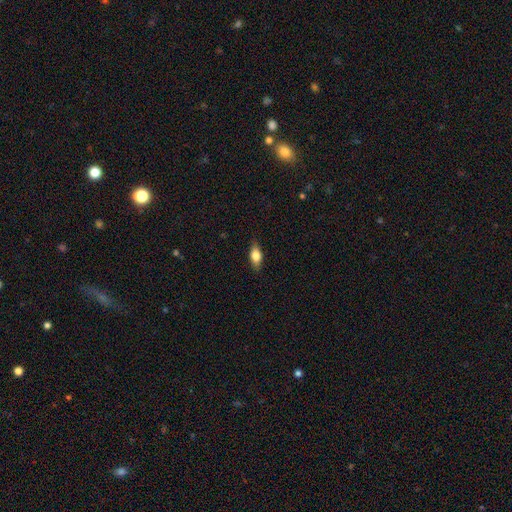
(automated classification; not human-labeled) A smooth galaxy with no disk features (74%) that is in between round and cigar-shaped (81%).

Vote fractions:
- Smooth or featured? smooth: 74% / featured or disk: 18% / star or artifact: 7%
- How rounded? in between: 81% / cigar-shaped: 13% / round: 6%
- Merging? none: 83% / minor disturbance: 13% / major disturbance: 3% / merger: 1%